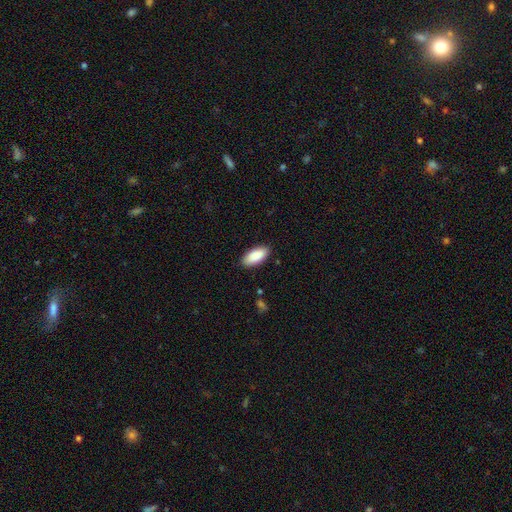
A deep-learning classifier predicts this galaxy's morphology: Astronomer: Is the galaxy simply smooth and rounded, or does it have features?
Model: smooth — 90%.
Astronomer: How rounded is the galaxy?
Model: in between — 90%.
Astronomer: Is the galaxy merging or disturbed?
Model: none — 88%.